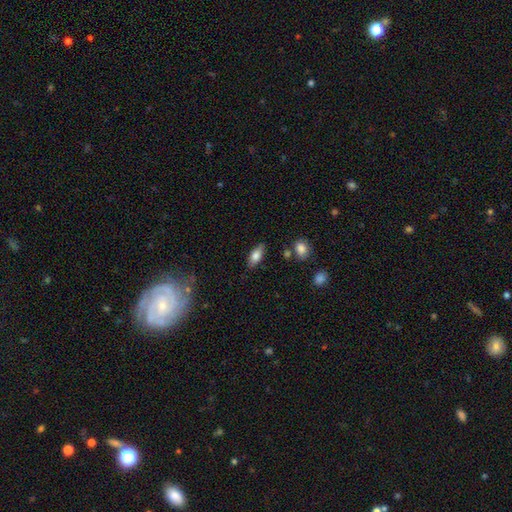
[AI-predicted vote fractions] The model was most divided on "smooth or featured": smooth: 74%, featured or disk: 18%, star or artifact: 7%. More confident: how rounded — in between (82%); merging — none (81%).